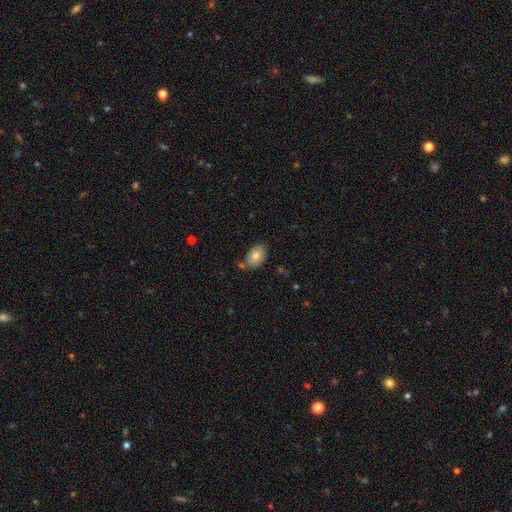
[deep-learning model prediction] A smooth galaxy with no disk features (79%) that is in between round and cigar-shaped (86%).

Vote fractions:
- Smooth or featured? smooth: 79% / featured or disk: 13% / star or artifact: 8%
- How rounded? in between: 86% / round: 12% / cigar-shaped: 1%
- Merging? none: 68% / minor disturbance: 19% / merger: 9% / major disturbance: 4%